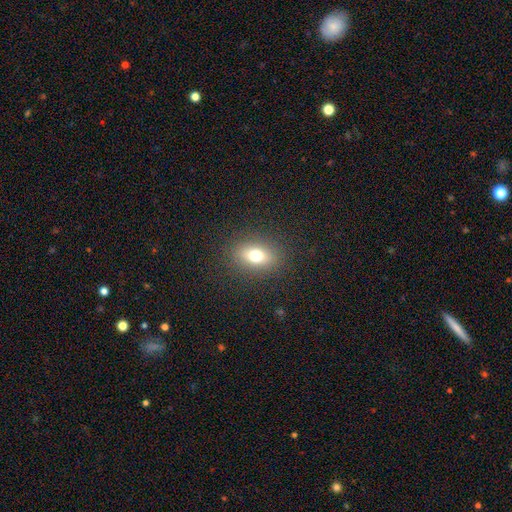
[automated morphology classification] smooth_or_featured: smooth (p=0.71) [alt: featured or disk p=0.16]
how_rounded: in between (p=0.71) [alt: round p=0.24]
merging: none (p=0.88) [alt: minor disturbance p=0.08]